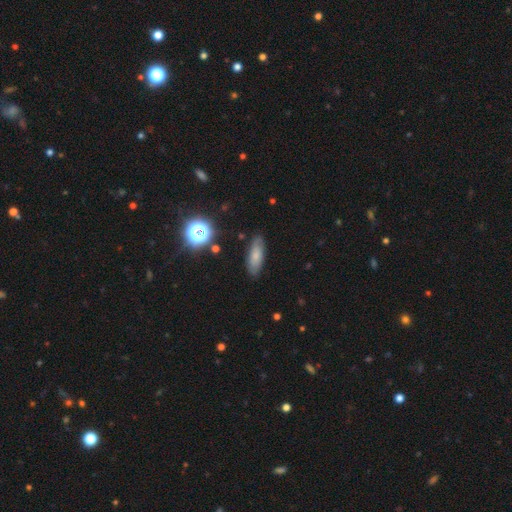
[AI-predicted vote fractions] Q: Smooth or featured?
A: smooth (68%); runner-up: featured or disk (22%)
Q: How rounded?
A: in between (64%); runner-up: cigar-shaped (33%)
Q: Merging?
A: none (82%); runner-up: minor disturbance (13%)